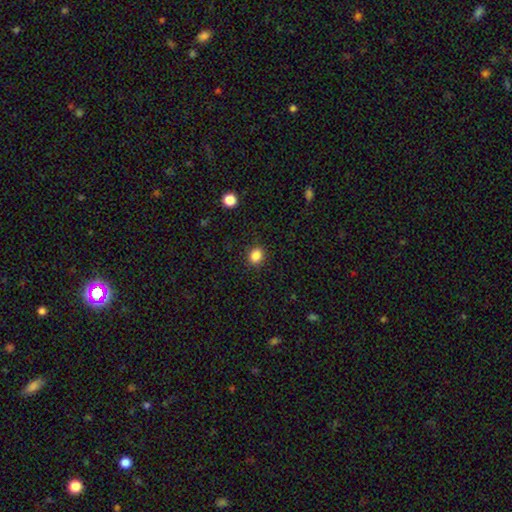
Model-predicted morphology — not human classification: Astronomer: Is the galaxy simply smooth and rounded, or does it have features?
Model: smooth — 85%.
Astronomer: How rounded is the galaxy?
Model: round — 63%.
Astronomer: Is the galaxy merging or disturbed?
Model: none — 89%.